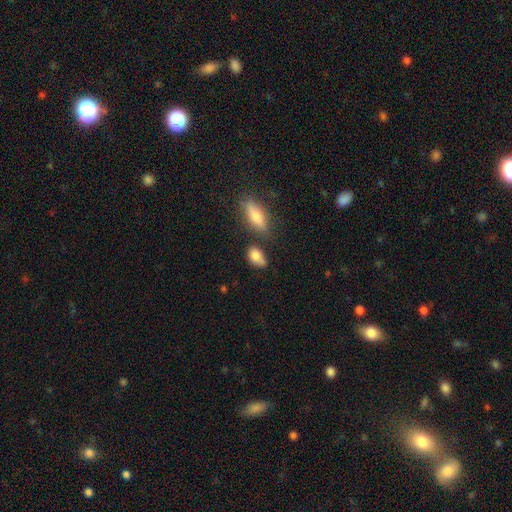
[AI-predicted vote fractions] Morphology: type=smooth (81%); roundness=in between (80%); merging=none (50%).